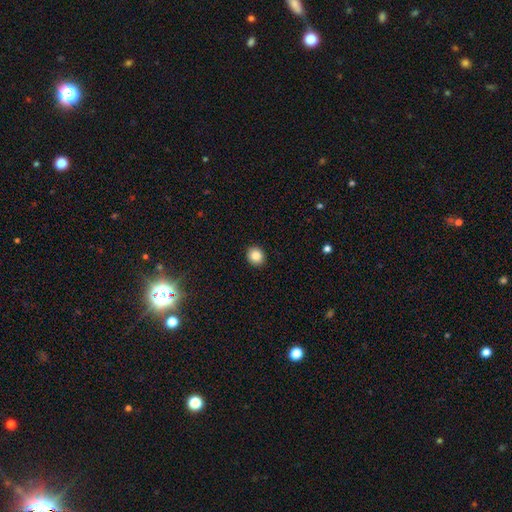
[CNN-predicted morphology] Smooth or featured? smooth (86%)
How rounded? round (74%)
Merging? none (92%)